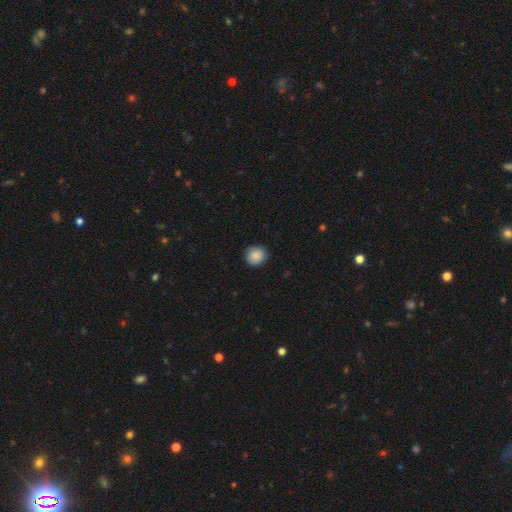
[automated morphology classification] This is clearly a smooth galaxy (88%). How rounded: clearly round (85%). Merging: clearly none (85%).